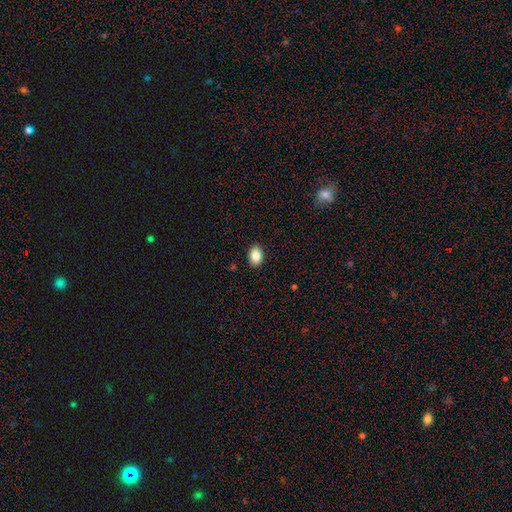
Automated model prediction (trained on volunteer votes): smooth_or_featured: smooth (p=0.85) [alt: star or artifact p=0.08]
how_rounded: in between (p=0.81) [alt: round p=0.18]
merging: none (p=0.89) [alt: minor disturbance p=0.08]